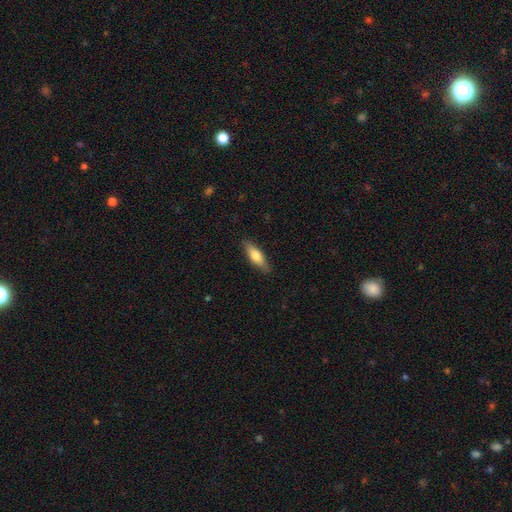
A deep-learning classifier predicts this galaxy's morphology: Smooth or featured?
  - smooth: 68% *
  - featured or disk: 26%
  - star or artifact: 6%
How rounded?
  - in between: 49% * (tied)
  - cigar-shaped: 49% * (tied)
  - round: 2%
Merging?
  - none: 86% *
  - minor disturbance: 11%
  - major disturbance: 2%
  - merger: 1%